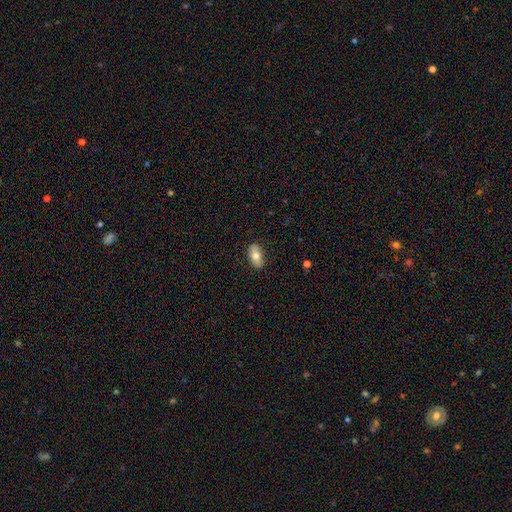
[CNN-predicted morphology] This is likely a smooth galaxy (69%). How rounded: clearly in between (90%). Merging: clearly none (86%).